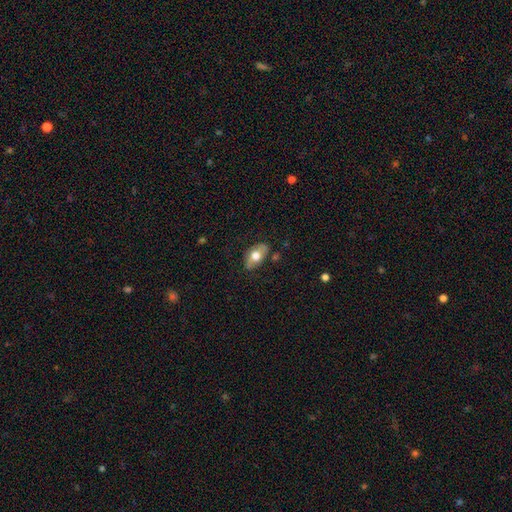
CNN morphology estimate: A smooth galaxy with no disk features (62%) that is in between round and cigar-shaped (90%). Merging: none (77%).